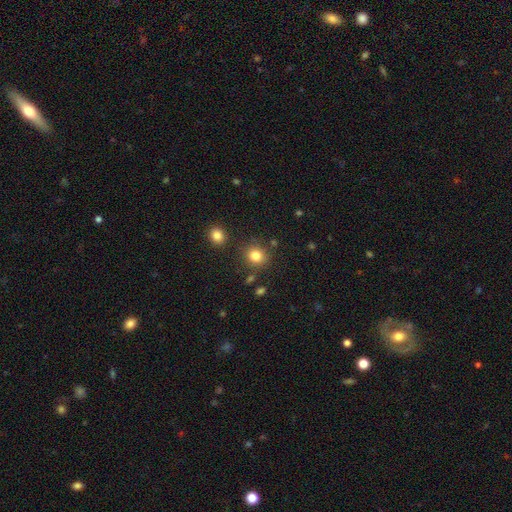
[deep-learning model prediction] Smooth or featured: smooth — 83% (star or artifact — 12%)
How rounded: round — 84% (in between — 15%)
Merging: none — 83% (minor disturbance — 8%)